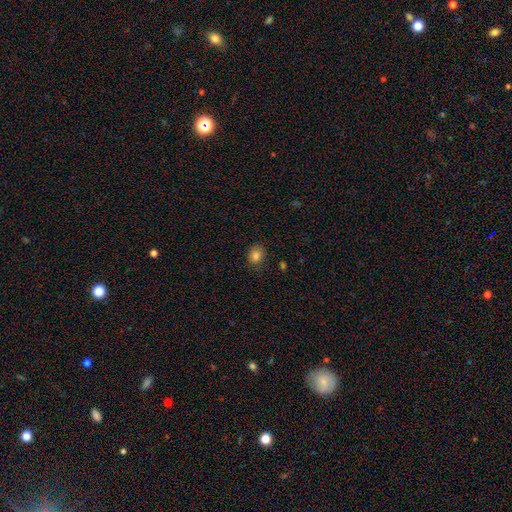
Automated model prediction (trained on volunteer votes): A smooth galaxy with no disk features (83%) that is round (56%). Merging: none (79%).